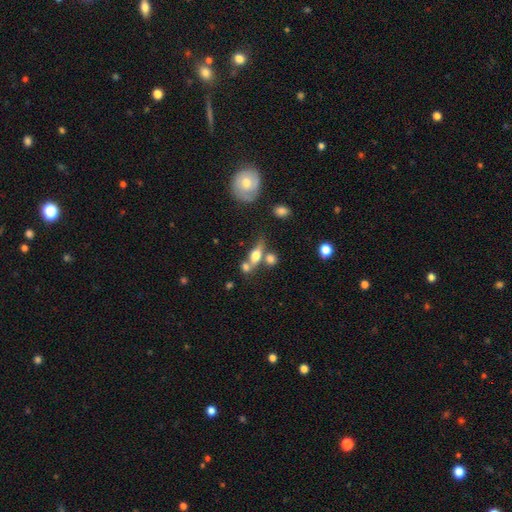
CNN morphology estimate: smooth_or_featured: smooth (p=0.56) [alt: featured or disk p=0.34]
how_rounded: in between (p=0.54) [alt: cigar-shaped p=0.30]
merging: none (p=0.41) [alt: merger p=0.36]